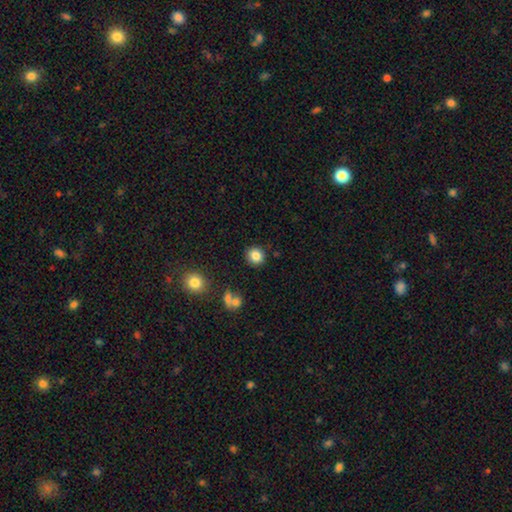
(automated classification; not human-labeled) smooth_or_featured: smooth (p=0.84) [alt: star or artifact p=0.10]
how_rounded: round (p=0.87) [alt: in between p=0.12]
merging: none (p=0.88) [alt: minor disturbance p=0.07]